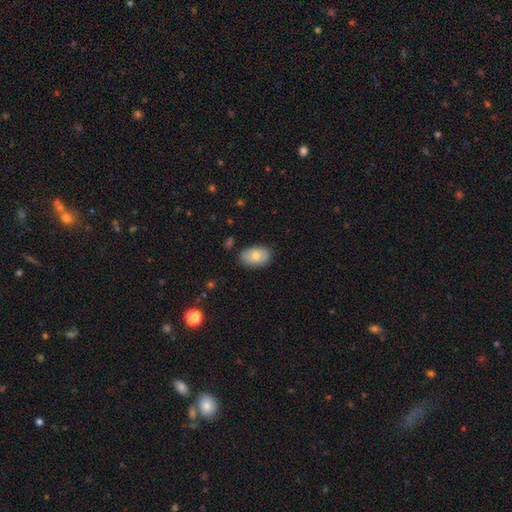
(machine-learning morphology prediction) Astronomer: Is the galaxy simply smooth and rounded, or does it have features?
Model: smooth — 79%.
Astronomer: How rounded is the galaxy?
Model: in between — 89%.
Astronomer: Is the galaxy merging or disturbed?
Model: none — 82%.